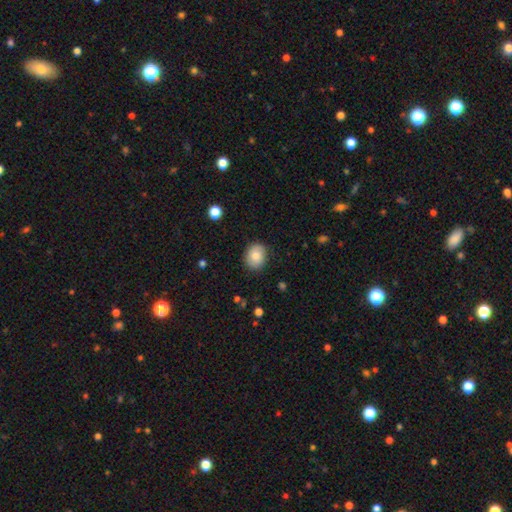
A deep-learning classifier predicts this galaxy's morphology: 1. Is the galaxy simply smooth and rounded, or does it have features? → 83% smooth, 10% featured or disk, 8% star or artifact.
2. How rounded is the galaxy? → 52% round, 47% in between, 1% cigar-shaped.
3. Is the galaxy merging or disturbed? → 85% none, 11% minor disturbance, 3% major disturbance, 1% merger.